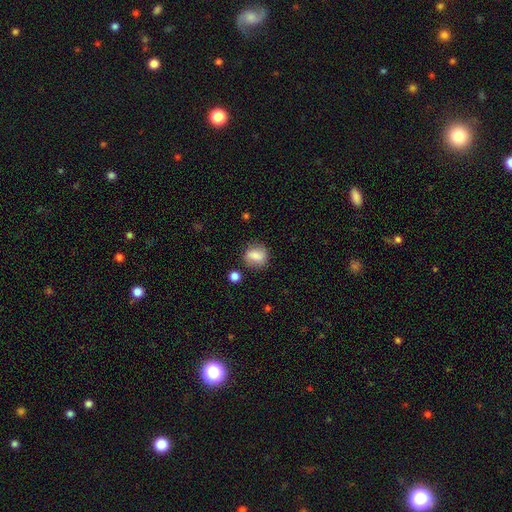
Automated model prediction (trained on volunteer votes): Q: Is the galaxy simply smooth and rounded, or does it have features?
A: smooth — 73%.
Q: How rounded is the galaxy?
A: round — 65%.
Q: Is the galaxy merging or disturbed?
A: none — 73%.